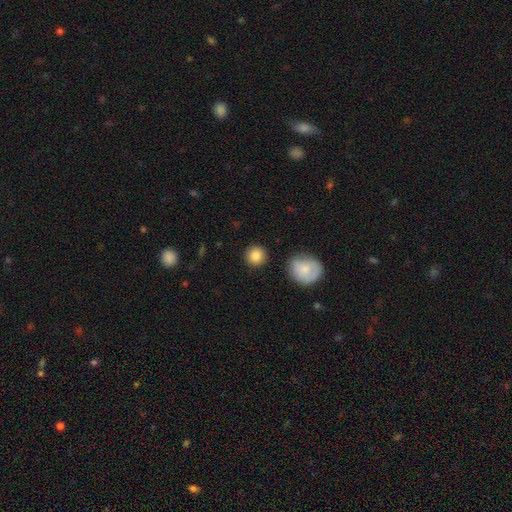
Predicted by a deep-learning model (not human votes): smooth 86%, star or artifact 8%, featured or disk 5%. Down the decision tree: how rounded — round (93%); merging — none (89%).